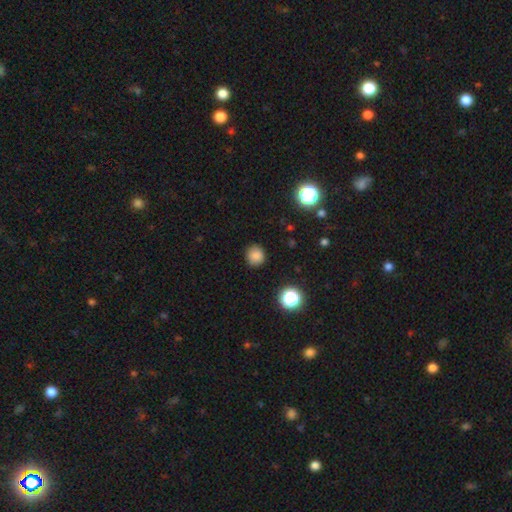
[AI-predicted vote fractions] The model was most divided on "smooth or featured": smooth: 82%, star or artifact: 13%, featured or disk: 4%. More confident: merging — none (89%); how rounded — round (88%).